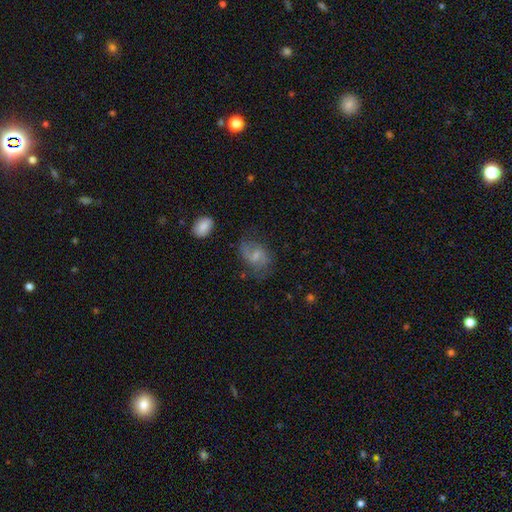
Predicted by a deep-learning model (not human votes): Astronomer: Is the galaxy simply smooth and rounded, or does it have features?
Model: featured or disk — 56% (runner-up: smooth, 35%).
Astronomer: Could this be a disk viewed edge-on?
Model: no — 97%.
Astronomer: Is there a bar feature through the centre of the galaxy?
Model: weak — 54% (runner-up: no, 30%).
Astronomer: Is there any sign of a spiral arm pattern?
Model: yes — 83%.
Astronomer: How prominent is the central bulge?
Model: small — 46% (runner-up: moderate, 29%).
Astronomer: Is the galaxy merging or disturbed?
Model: none — 58%.